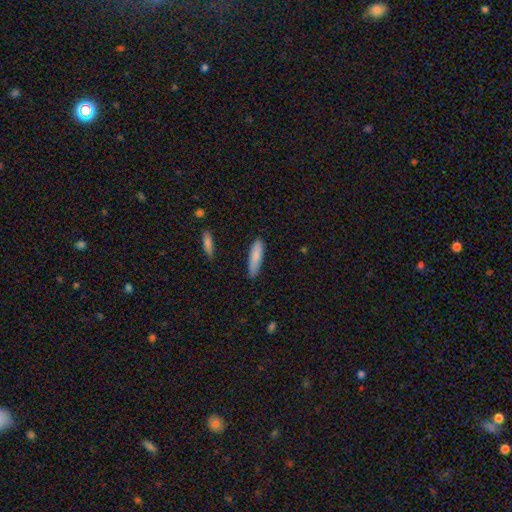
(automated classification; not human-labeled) smooth 83%, featured or disk 11%, star or artifact 6%. Down the decision tree: how rounded — cigar-shaped (70%); merging — none (85%).